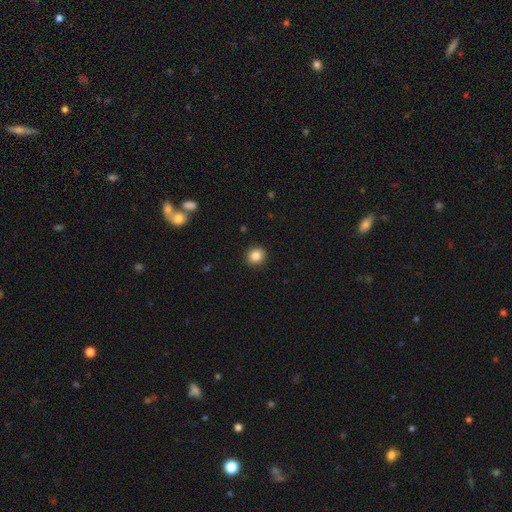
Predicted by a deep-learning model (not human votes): Smooth or featured? smooth (86%)
How rounded? round (84%)
Merging? none (92%)